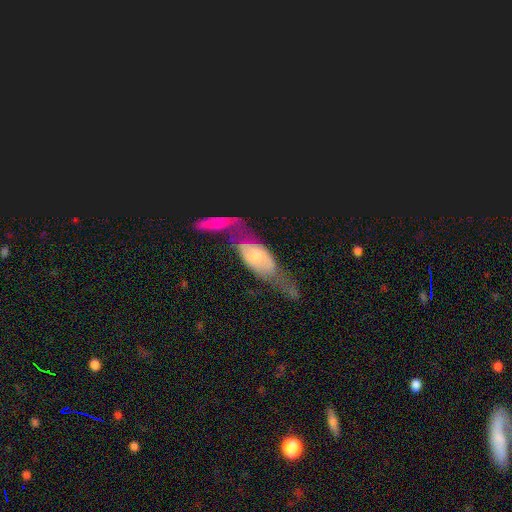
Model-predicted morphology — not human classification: The model was most divided on "merging": merger: 33%, none: 27%, major disturbance: 22%, minor disturbance: 19%. More confident: edge-on disk — no (61%); smooth or featured — featured or disk (58%).